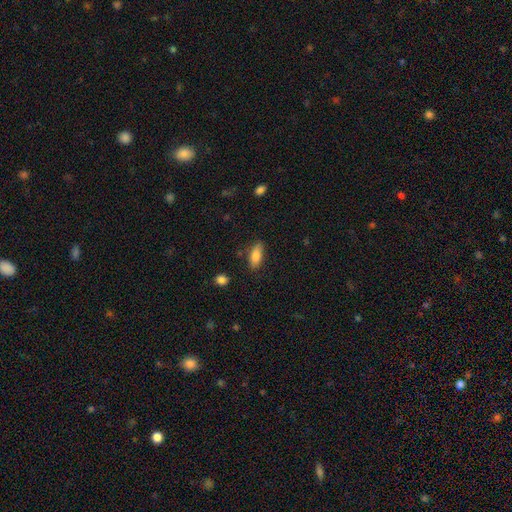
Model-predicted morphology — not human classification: Smooth or featured? smooth (84%)
How rounded? in between (79%)
Merging? none (81%)